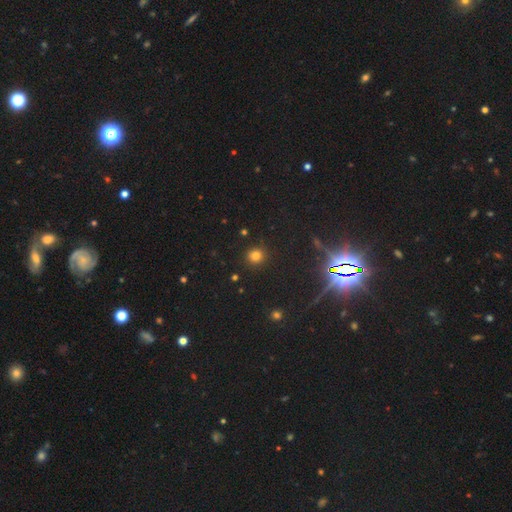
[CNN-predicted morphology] A smooth galaxy with no disk features (77%) that is round (91%).

Vote fractions:
- Smooth or featured? smooth: 77% / star or artifact: 18% / featured or disk: 6%
- How rounded? round: 91% / in between: 8% / cigar-shaped: 1%
- Merging? none: 89% / minor disturbance: 7% / major disturbance: 2% / merger: 2%